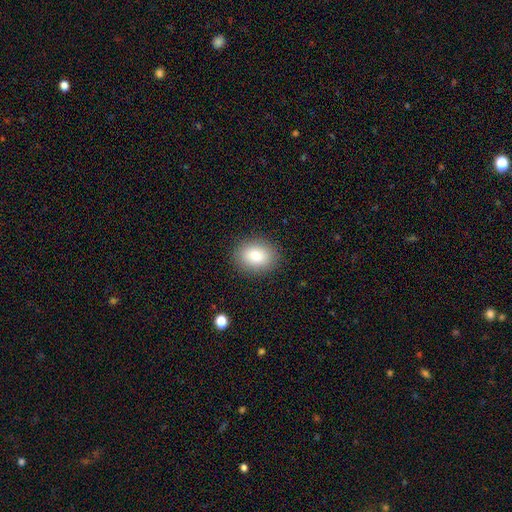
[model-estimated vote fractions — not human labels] smooth_or_featured: smooth (p=0.83) [alt: featured or disk p=0.09]
how_rounded: in between (p=0.62) [alt: round p=0.37]
merging: none (p=0.88) [alt: minor disturbance p=0.08]